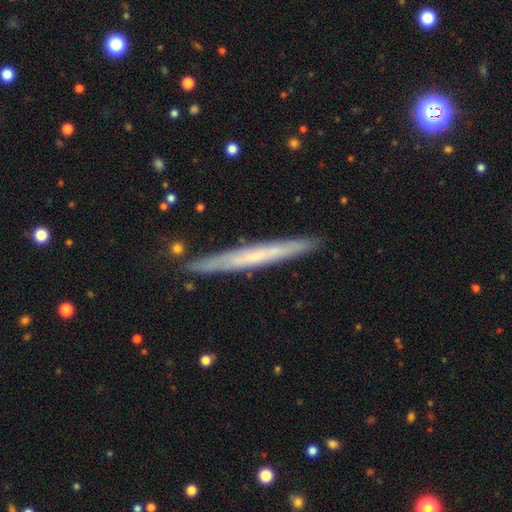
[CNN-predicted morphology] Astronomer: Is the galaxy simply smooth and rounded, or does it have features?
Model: featured or disk — 54% (runner-up: smooth, 40%).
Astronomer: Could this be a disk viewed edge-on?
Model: yes — 94%.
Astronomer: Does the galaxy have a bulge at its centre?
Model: none — 80%.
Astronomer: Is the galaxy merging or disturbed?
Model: none — 88%.